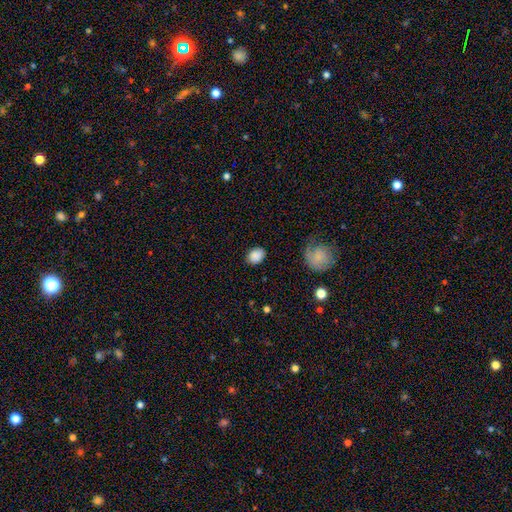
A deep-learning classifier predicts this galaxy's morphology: Smooth or featured? Predicted: smooth (p=0.86). How rounded? Predicted: in between (p=0.65). Merging? Predicted: none (p=0.83).